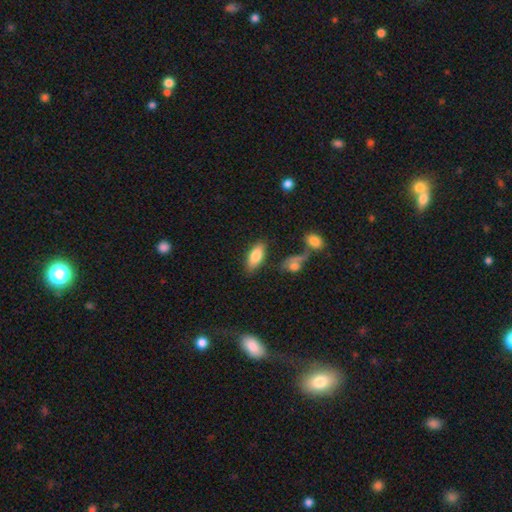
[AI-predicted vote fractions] smooth 80%, featured or disk 14%, star or artifact 7%. Down the decision tree: how rounded — in between (82%); merging — none (77%).